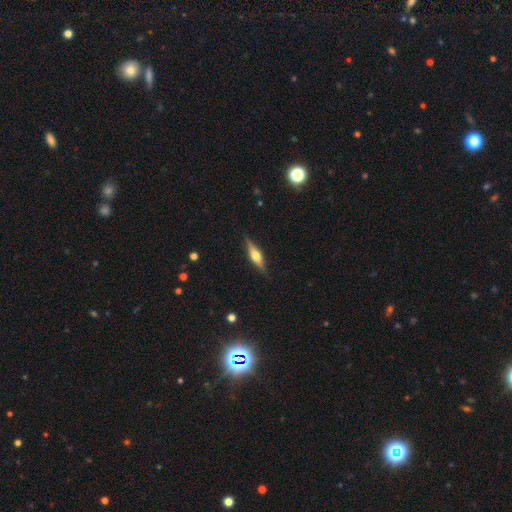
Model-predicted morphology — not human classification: A featured or disk galaxy (68%) viewed edge-on (96%) with a rounded central bulge (90%). Merging: none (87%).